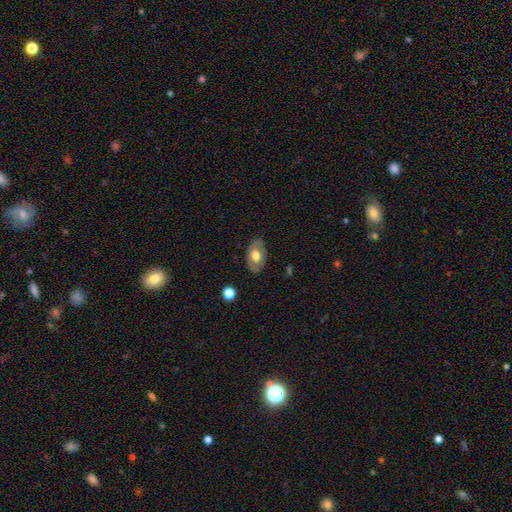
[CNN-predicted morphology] A smooth galaxy with no disk features (59%) that is in between round and cigar-shaped (88%). Merging: none (80%).